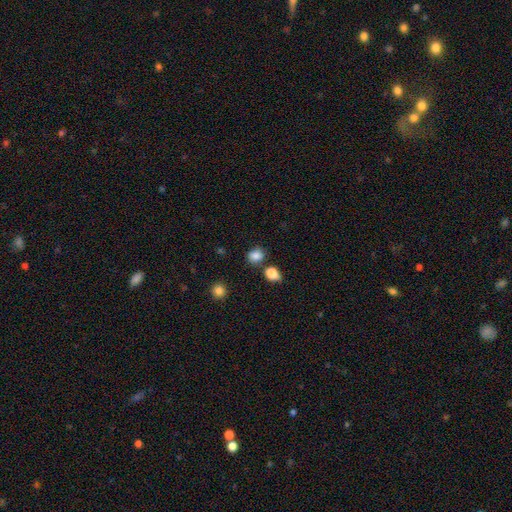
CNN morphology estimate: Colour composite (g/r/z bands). It shows a smooth galaxy with no disk features (83%) that is round (61%). Merging: none (71%).